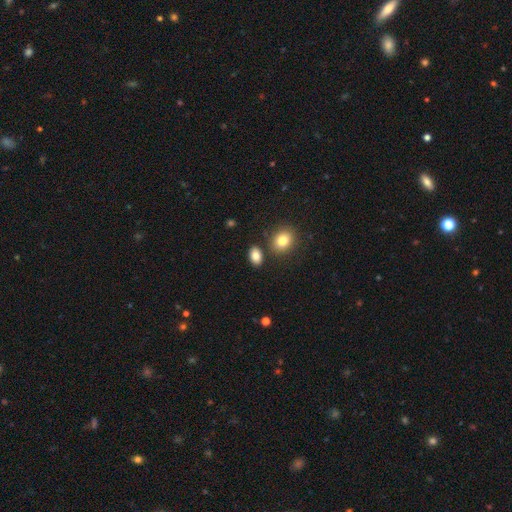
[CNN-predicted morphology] smooth-or-featured: smooth: 85% | star or artifact: 9% | featured or disk: 6%
  how-rounded: in between: 82% | round: 17% | cigar-shaped: 1%
  merging: none: 80% | minor disturbance: 10% | merger: 7% | major disturbance: 3%